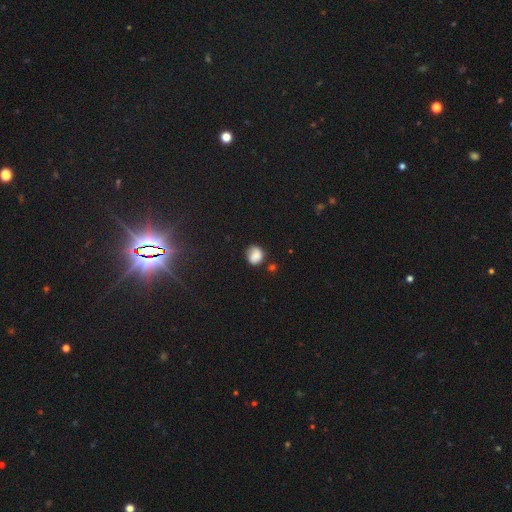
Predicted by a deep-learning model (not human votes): Smooth or featured? smooth (78%)
How rounded? round (71%)
Merging? none (60%)